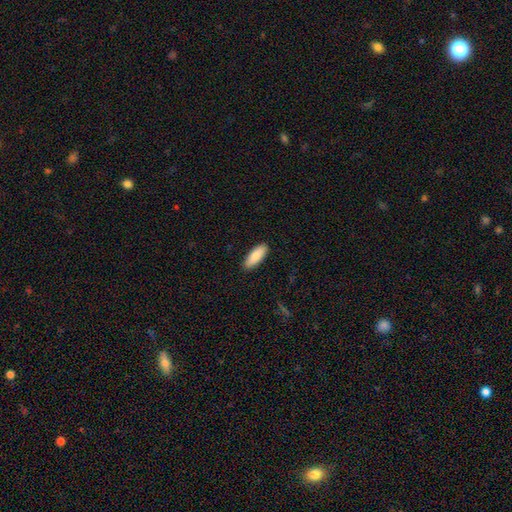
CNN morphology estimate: The model was most divided on "how rounded": in between: 71%, cigar-shaped: 27%, round: 2%. More confident: merging — none (90%); smooth or featured — smooth (86%).